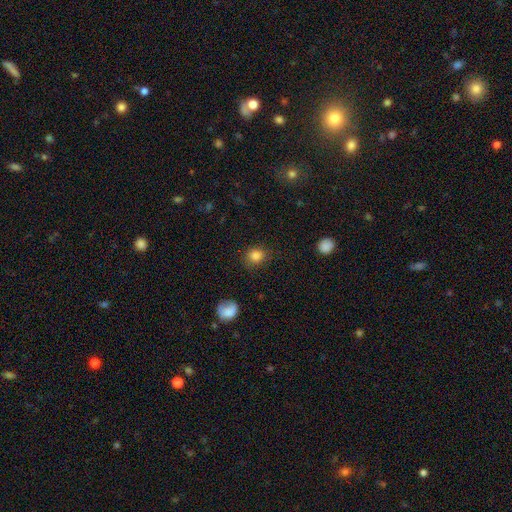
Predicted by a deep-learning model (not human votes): Q: Smooth or featured?
A: smooth (84%); runner-up: star or artifact (11%)
Q: How rounded?
A: round (77%); runner-up: in between (22%)
Q: Merging?
A: none (82%); runner-up: minor disturbance (12%)